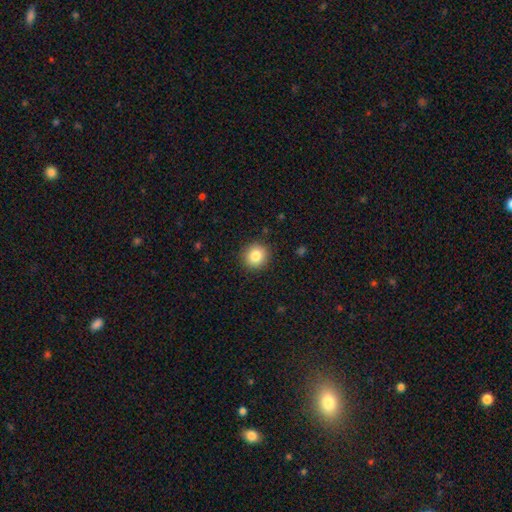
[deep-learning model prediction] This appears to be a smooth galaxy with no disk features (84%) that is round (89%). Merging: none (90%).